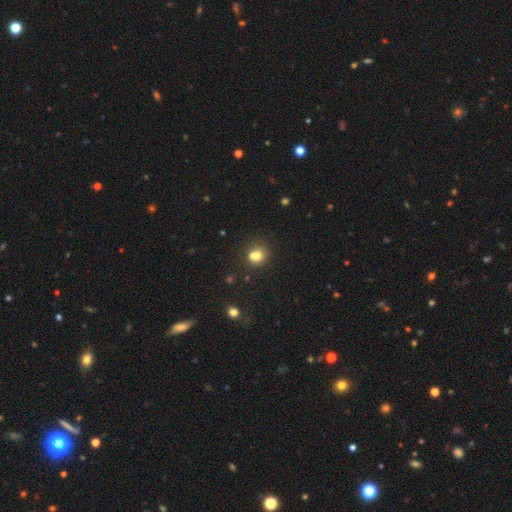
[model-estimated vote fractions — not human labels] A smooth galaxy with no disk features (76%) that is round (69%).

Vote fractions:
- Smooth or featured? smooth: 76% / star or artifact: 14% / featured or disk: 11%
- How rounded? round: 69% / in between: 30% / cigar-shaped: 1%
- Merging? none: 54% / merger: 29% / minor disturbance: 13% / major disturbance: 5%